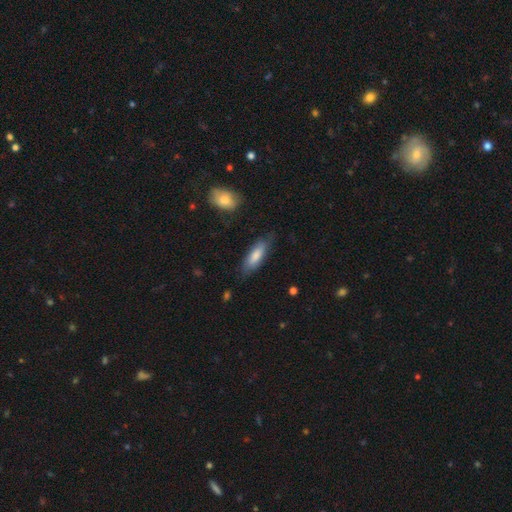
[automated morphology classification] A smooth galaxy with no disk features (77%) that is in between round and cigar-shaped (55%). Merging: none (75%).